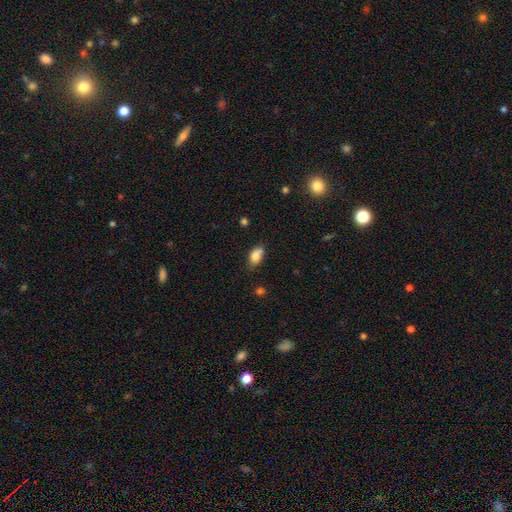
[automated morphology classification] smooth_or_featured: smooth (p=0.81) [alt: featured or disk p=0.10]
how_rounded: in between (p=0.87) [alt: round p=0.09]
merging: none (p=0.58) [alt: minor disturbance p=0.27]